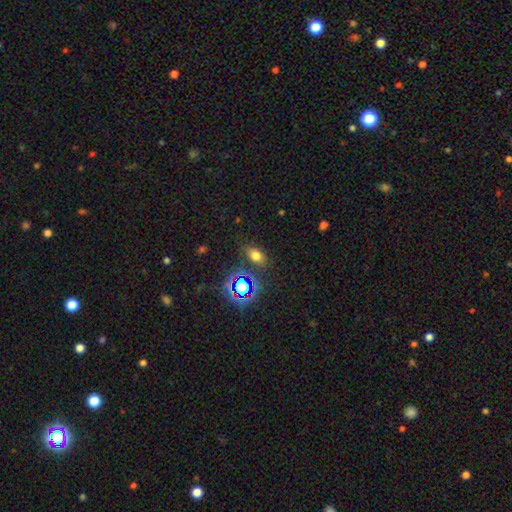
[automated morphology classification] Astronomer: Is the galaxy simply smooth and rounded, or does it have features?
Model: smooth — 66%.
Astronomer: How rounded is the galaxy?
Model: in between — 81%.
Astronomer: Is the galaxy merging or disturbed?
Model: none — 82%.